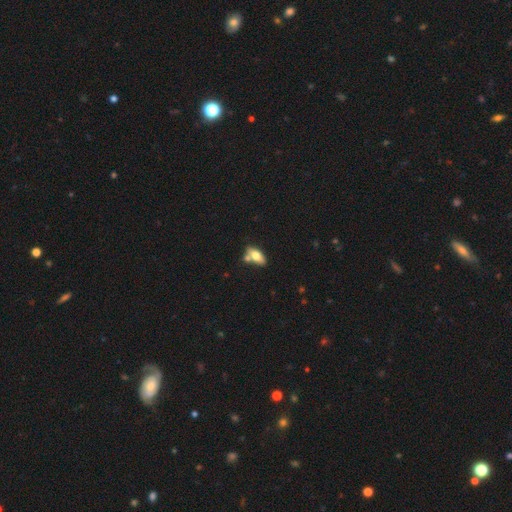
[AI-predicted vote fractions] Morphology: type=smooth (67%); roundness=in between (85%); merging=none (53%).